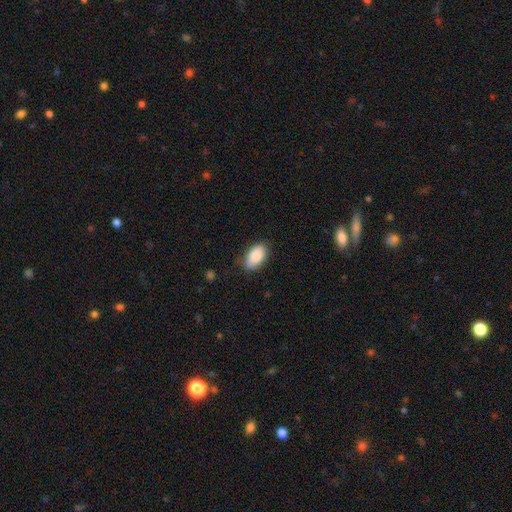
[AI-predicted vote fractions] Q: Smooth or featured?
A: smooth (88%); runner-up: star or artifact (7%)
Q: How rounded?
A: in between (93%); runner-up: round (5%)
Q: Merging?
A: none (80%); runner-up: minor disturbance (16%)